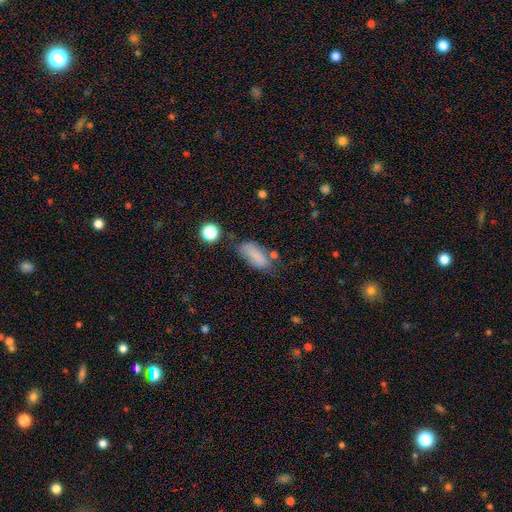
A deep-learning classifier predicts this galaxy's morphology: Smooth or featured: smooth — 77% (featured or disk — 14%)
How rounded: in between — 78% (cigar-shaped — 18%)
Merging: none — 55% (minor disturbance — 27%)